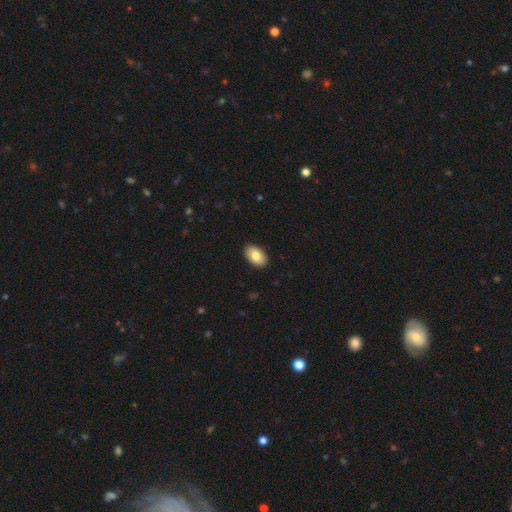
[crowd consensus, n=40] smooth_or_featured: smooth (p=0.80) [alt: featured or disk p=0.15]
how_rounded: in between (p=0.91) [alt: round p=0.09]
merging: none (p=0.87) [alt: minor disturbance p=0.08]